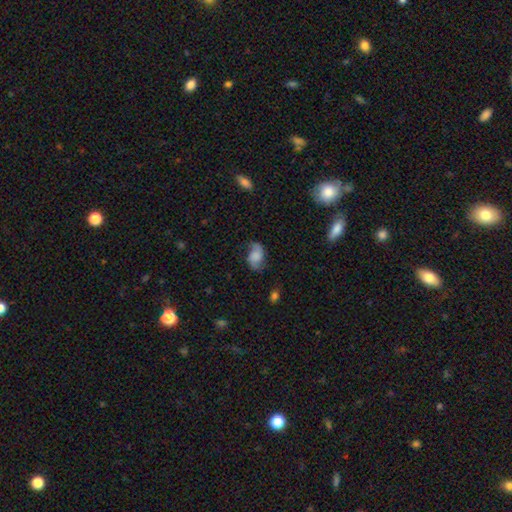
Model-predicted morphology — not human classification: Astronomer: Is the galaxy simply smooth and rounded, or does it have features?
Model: featured or disk — 51% (runner-up: smooth, 39%).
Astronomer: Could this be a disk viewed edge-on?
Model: no — 96%.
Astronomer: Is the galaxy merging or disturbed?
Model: none — 61%.